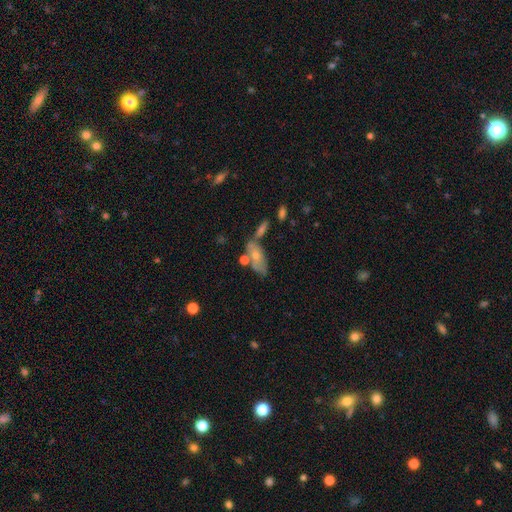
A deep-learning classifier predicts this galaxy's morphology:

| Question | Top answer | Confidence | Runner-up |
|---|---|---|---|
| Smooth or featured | smooth | 56% | featured or disk (37%) |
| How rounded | in between | 84% | cigar-shaped (11%) |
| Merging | none | 40% | merger (29%) |